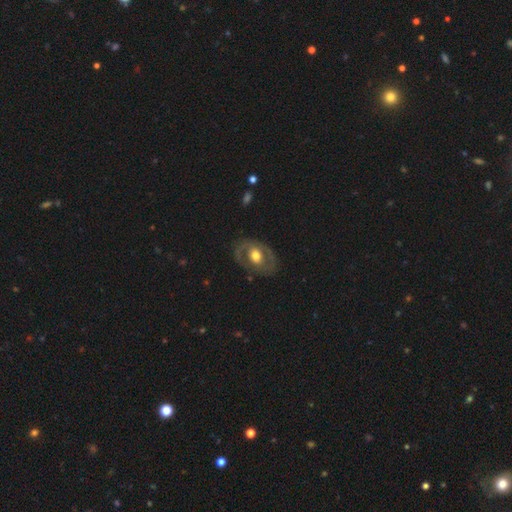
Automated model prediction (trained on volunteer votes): A featured or disk galaxy (65%) with no bar (64%), no spiral arms (54%) and a moderate central bulge (64%).

Vote fractions:
- Smooth or featured? featured or disk: 65% / smooth: 30% / star or artifact: 5%
- Edge-on disk? no: 94% / yes: 6%
- Bar? no: 64% / weak: 26% / strong: 10%
- Spiral arms? no: 54% / yes: 46%
- Bulge size? moderate: 64% / large: 26% / small: 7% / dominant: 2% / none: 1%
- Merging? none: 76% / minor disturbance: 15% / major disturbance: 7% / merger: 1%